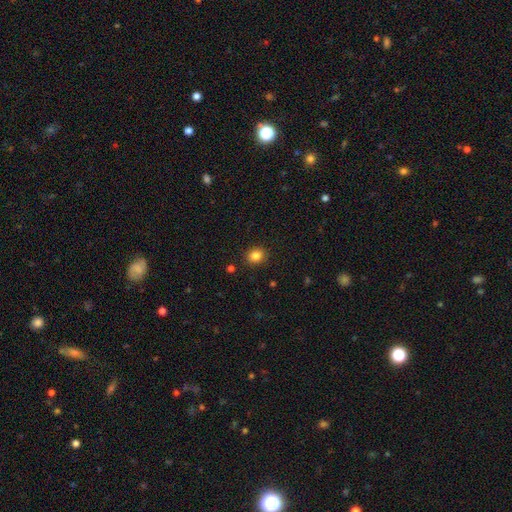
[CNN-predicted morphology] Smooth or featured: smooth — 84% (star or artifact — 11%)
How rounded: round — 62% (in between — 37%)
Merging: none — 89% (minor disturbance — 7%)